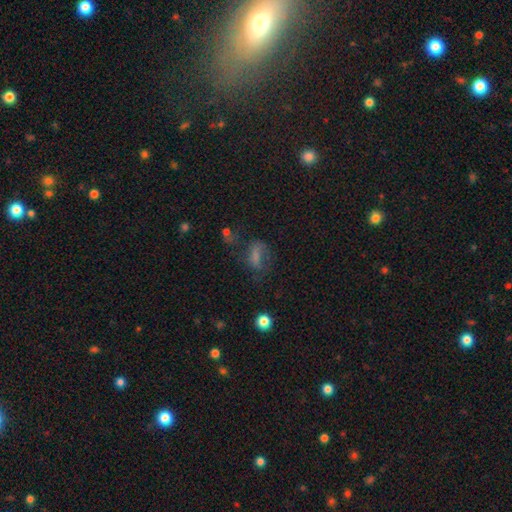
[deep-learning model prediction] smooth 43%, featured or disk 29%, star or artifact 27%. Down the decision tree: merging — none (52%).